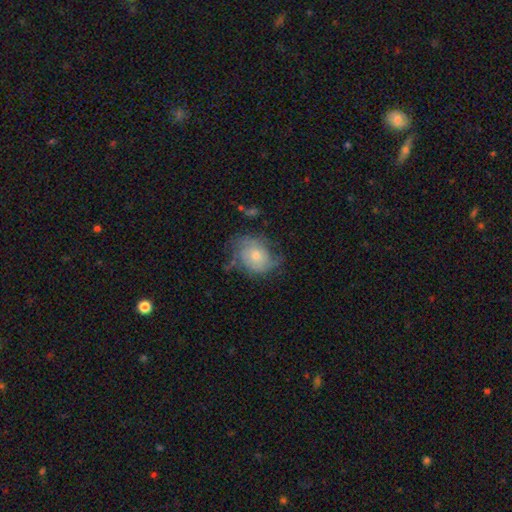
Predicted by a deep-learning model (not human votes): Morphology: type=featured or disk (61%); edge-on=no (97%); bar=no (82%); spiral arms=yes (81%); bulge=moderate (47%); merging=none (56%).